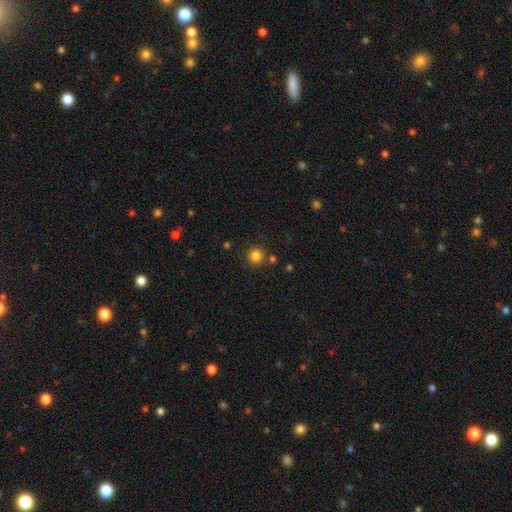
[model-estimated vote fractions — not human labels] Smooth or featured? Predicted: smooth (p=0.84). How rounded? Predicted: round (p=0.94). Merging? Predicted: none (p=0.82).